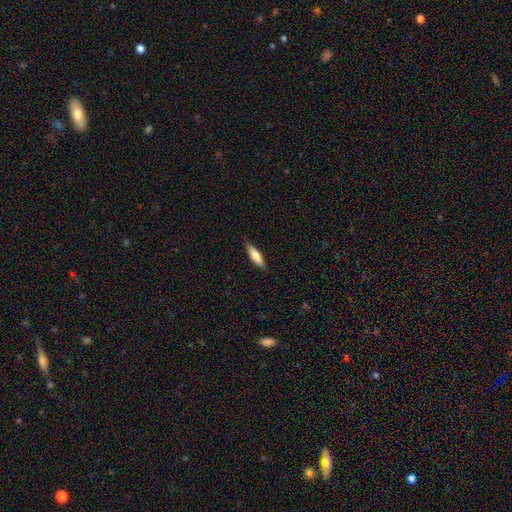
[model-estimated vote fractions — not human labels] Smooth or featured: smooth — 74% (featured or disk — 20%)
How rounded: cigar-shaped — 63% (in between — 35%)
Merging: none — 86% (minor disturbance — 11%)